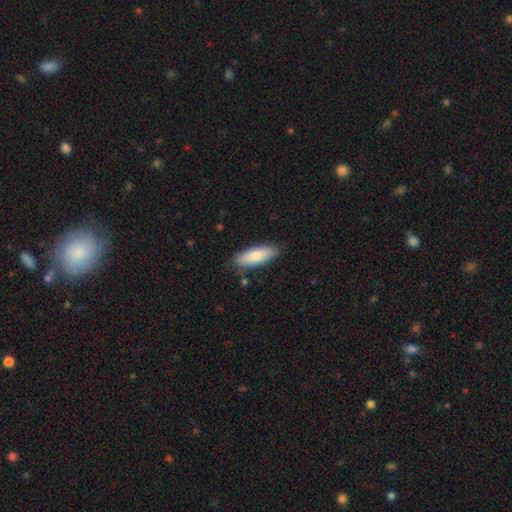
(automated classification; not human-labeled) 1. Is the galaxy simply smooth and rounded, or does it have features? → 79% smooth, 16% featured or disk, 6% star or artifact.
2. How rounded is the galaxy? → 65% in between, 33% cigar-shaped, 2% round.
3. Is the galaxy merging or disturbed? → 84% none, 12% minor disturbance, 2% major disturbance, 2% merger.